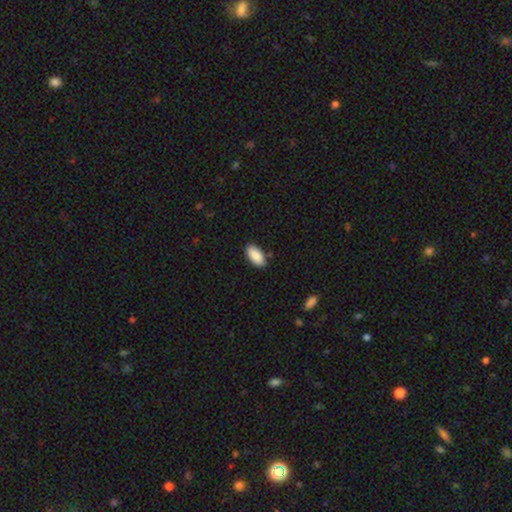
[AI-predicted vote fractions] Smooth or featured? Predicted: smooth (p=0.89). How rounded? Predicted: in between (p=0.93). Merging? Predicted: none (p=0.85).